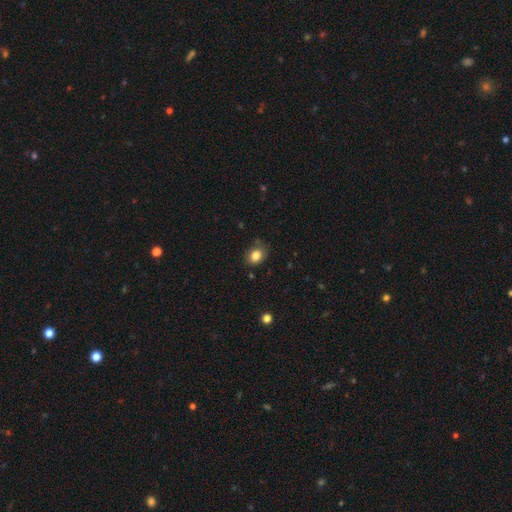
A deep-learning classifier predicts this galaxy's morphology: A smooth galaxy with no disk features (83%) that is in between round and cigar-shaped (51%).

Vote fractions:
- Smooth or featured? smooth: 83% / star or artifact: 10% / featured or disk: 7%
- How rounded? in between: 51% / round: 48% / cigar-shaped: 1%
- Merging? none: 76% / minor disturbance: 19% / major disturbance: 4% / merger: 2%